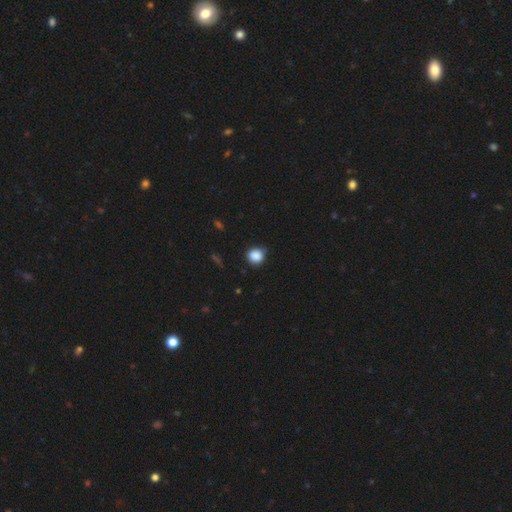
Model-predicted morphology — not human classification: type=smooth (87%); roundness=round (89%); merging=none (83%).